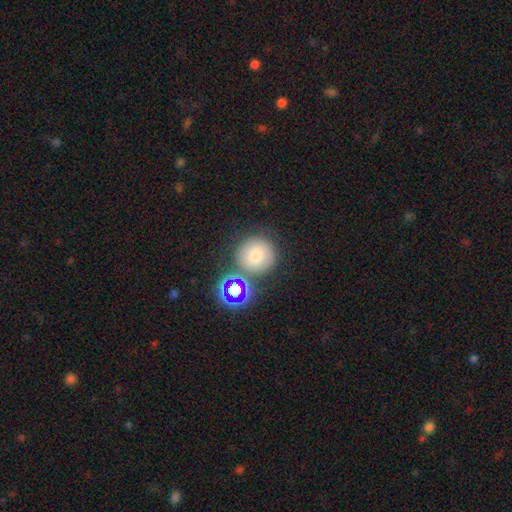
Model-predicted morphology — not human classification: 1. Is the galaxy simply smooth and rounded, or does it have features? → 66% smooth, 20% star or artifact, 13% featured or disk.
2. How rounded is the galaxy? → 92% round, 7% in between, 1% cigar-shaped.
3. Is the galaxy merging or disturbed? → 69% none, 16% merger, 11% minor disturbance, 4% major disturbance.